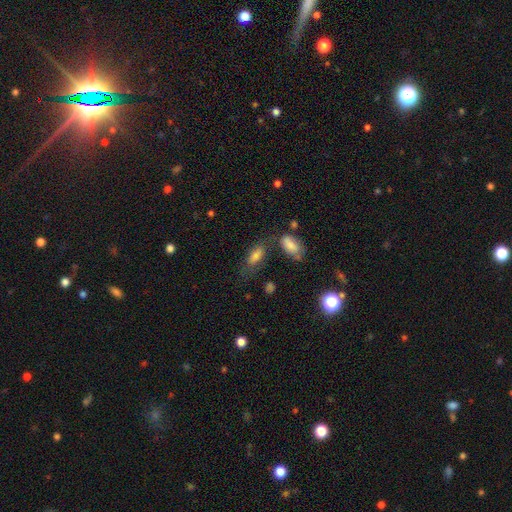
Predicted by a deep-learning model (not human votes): Smooth or featured: smooth — 73% (featured or disk — 16%)
How rounded: in between — 76% (cigar-shaped — 20%)
Merging: none — 55% (minor disturbance — 22%)